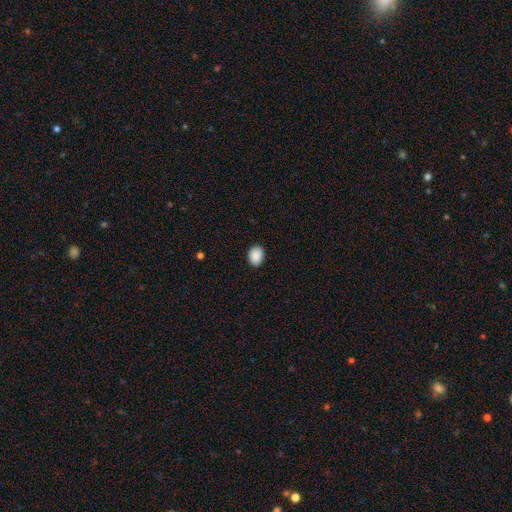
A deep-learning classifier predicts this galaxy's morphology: A smooth galaxy with no disk features (89%) that is in between round and cigar-shaped (67%). Merging: none (88%).